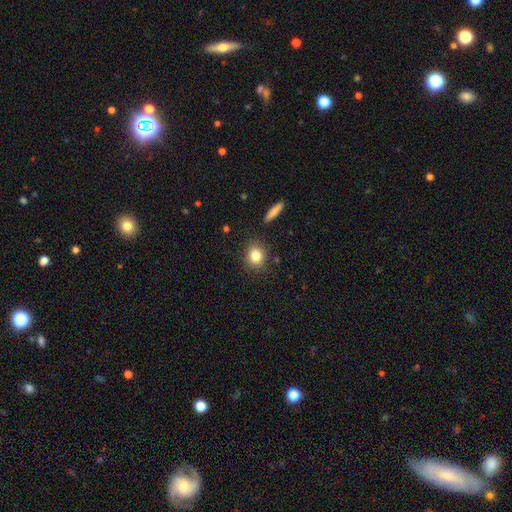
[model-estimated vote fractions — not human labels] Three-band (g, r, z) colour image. It shows a smooth galaxy with no disk features (81%) that is round (67%). Merging: none (86%).